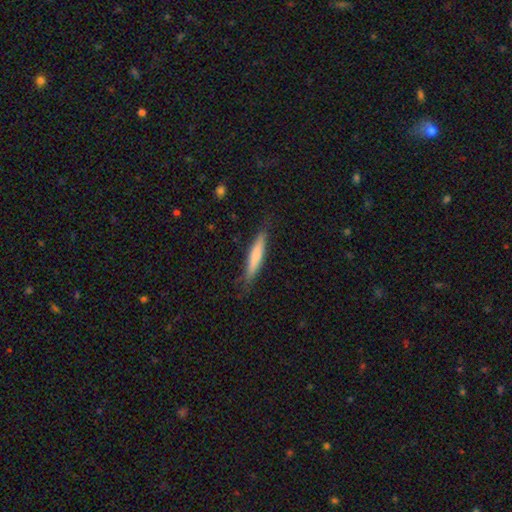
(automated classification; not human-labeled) Smooth or featured: smooth — 71% (featured or disk — 24%)
How rounded: cigar-shaped — 91% (in between — 8%)
Merging: none — 83% (minor disturbance — 13%)